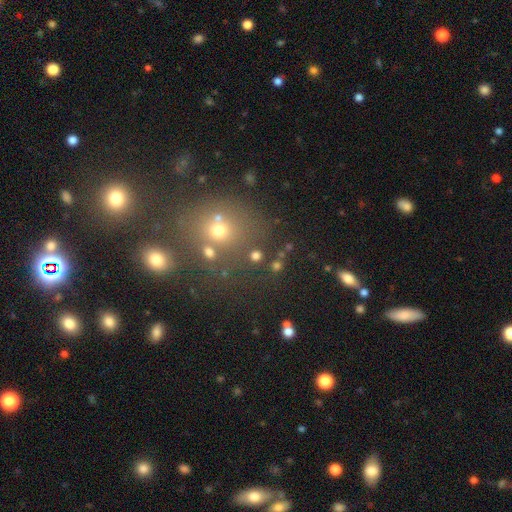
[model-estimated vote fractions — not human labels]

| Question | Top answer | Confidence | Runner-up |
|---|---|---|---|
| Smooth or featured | smooth | 70% | star or artifact (22%) |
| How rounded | round | 88% | in between (10%) |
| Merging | none | 75% | merger (14%) |